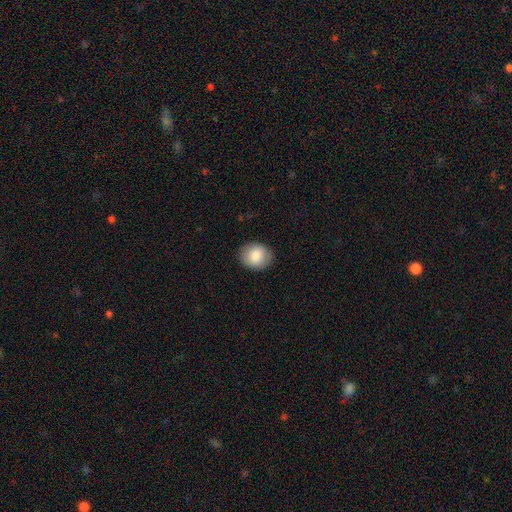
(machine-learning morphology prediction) Smooth or featured? Predicted: smooth (p=0.84). How rounded? Predicted: round (p=0.55). Merging? Predicted: none (p=0.86).